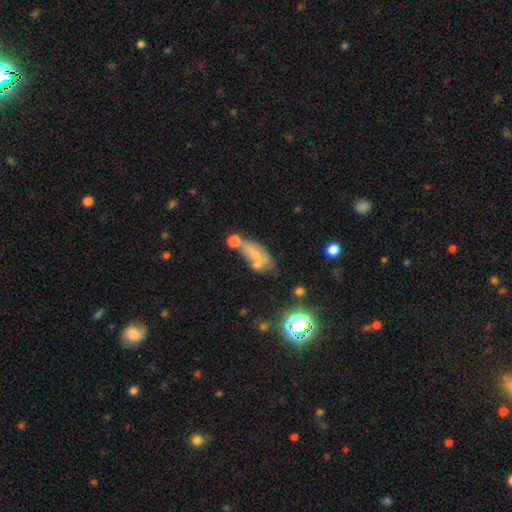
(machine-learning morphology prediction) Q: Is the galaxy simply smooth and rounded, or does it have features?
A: smooth — 56%.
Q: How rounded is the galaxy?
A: in between — 82%.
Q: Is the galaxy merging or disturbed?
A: none — 35%.